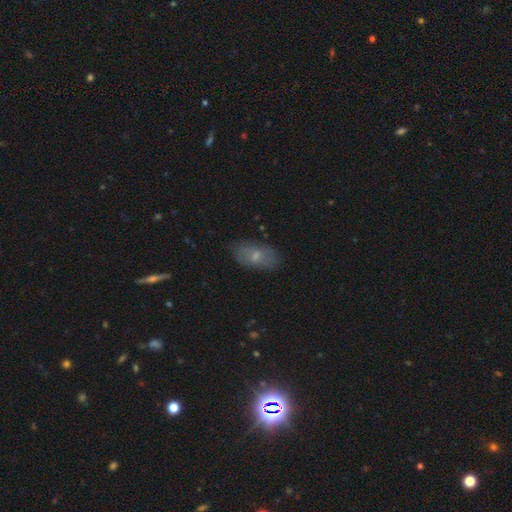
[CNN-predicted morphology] A smooth galaxy with no disk features (63%) that is in between round and cigar-shaped (91%). Merging: none (76%).